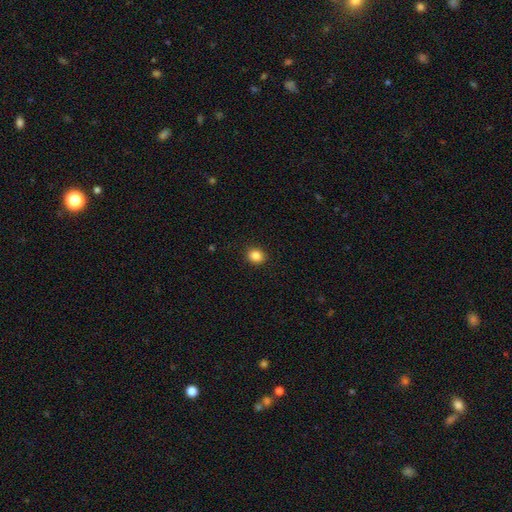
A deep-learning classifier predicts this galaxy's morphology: A smooth galaxy with no disk features (86%) that is round (67%). Merging: none (91%).